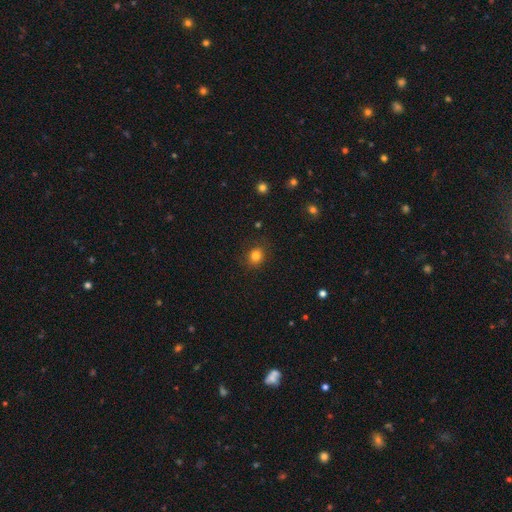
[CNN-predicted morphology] This is clearly a smooth galaxy (81%). How rounded: likely round (77%). Merging: clearly none (86%).